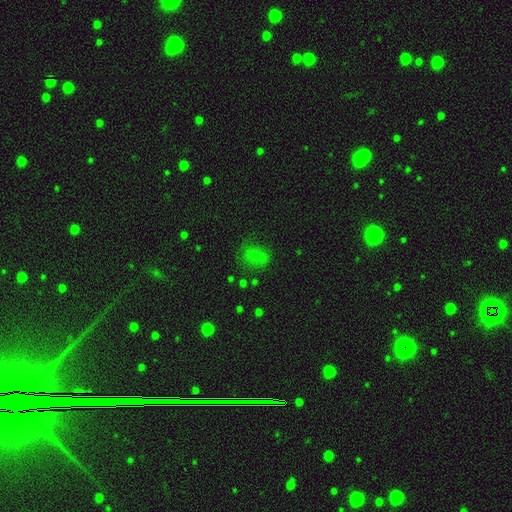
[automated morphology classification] This appears to be a smooth galaxy with no disk features (66%) that is round (49%, tied with in between). Merging: none (66%).